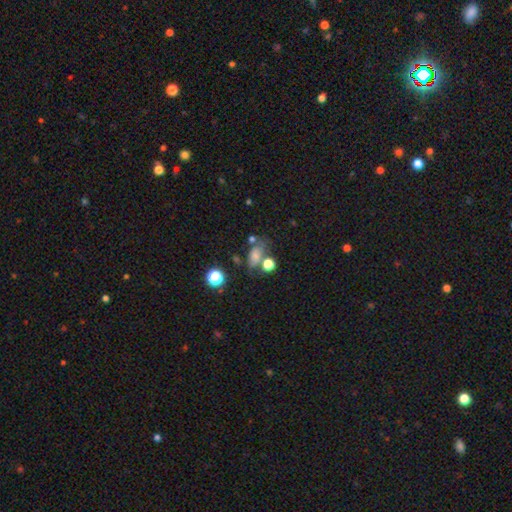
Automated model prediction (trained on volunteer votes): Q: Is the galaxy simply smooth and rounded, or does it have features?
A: smooth — 64%.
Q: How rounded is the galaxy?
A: in between — 76%.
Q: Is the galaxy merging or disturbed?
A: none — 42%.